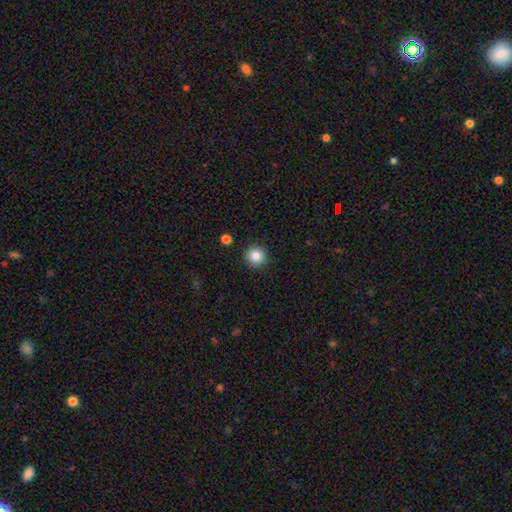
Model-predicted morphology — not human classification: This is clearly a smooth galaxy (85%). How rounded: clearly round (95%). Merging: clearly none (91%).